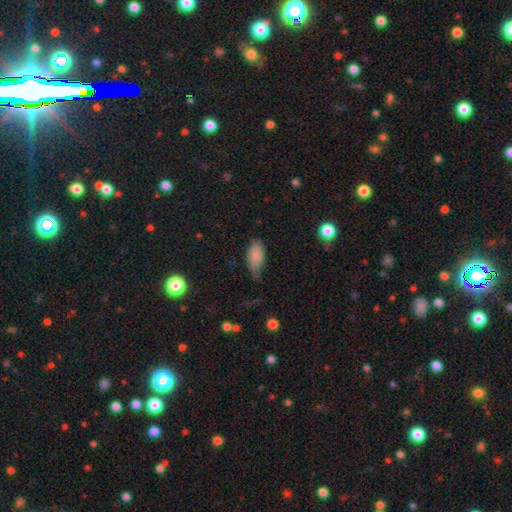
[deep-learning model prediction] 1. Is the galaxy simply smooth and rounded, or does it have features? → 84% smooth, 8% featured or disk, 8% star or artifact.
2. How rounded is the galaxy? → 90% in between, 7% cigar-shaped, 2% round.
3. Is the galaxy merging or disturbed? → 43% none, 42% minor disturbance, 12% major disturbance, 3% merger.